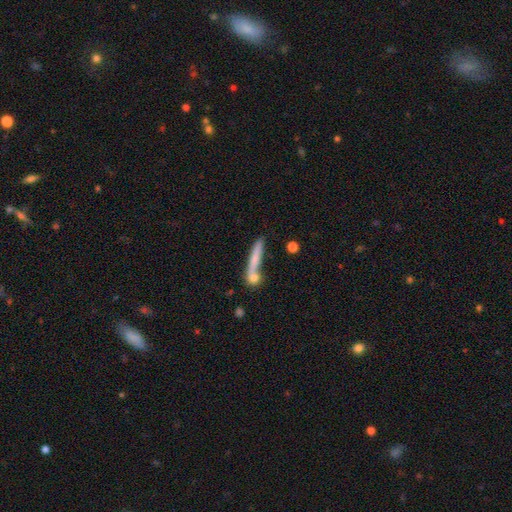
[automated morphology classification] This is likely a smooth galaxy (68%). How rounded: clearly cigar-shaped (88%). Merging: possibly none (60%).